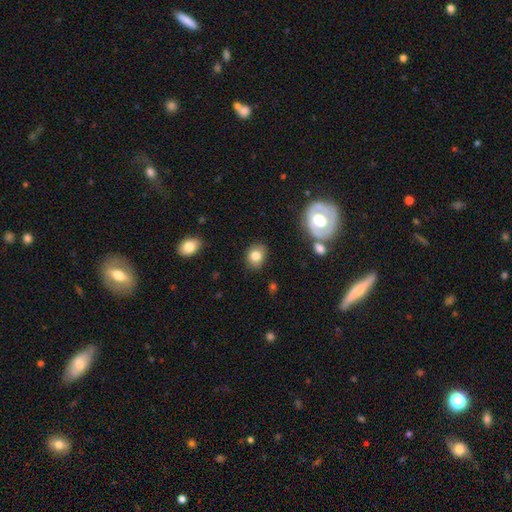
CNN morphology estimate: A smooth galaxy with no disk features (79%) that is in between round and cigar-shaped (51%). Merging: none (83%).